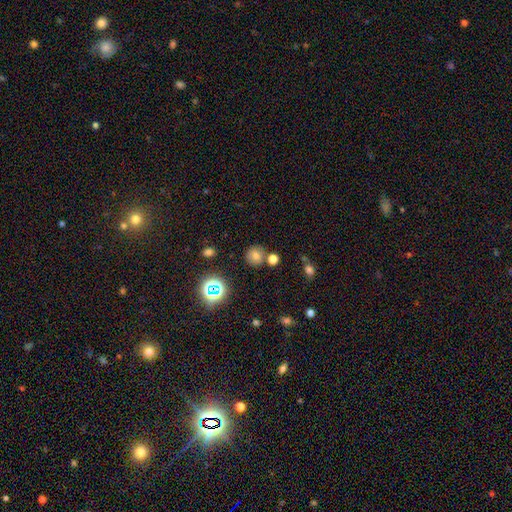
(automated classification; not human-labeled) A smooth galaxy with no disk features (70%) that is round (89%). Merging: none (76%).